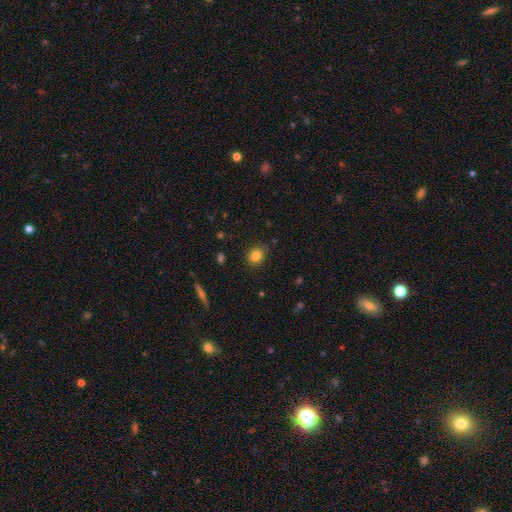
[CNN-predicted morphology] A smooth galaxy with no disk features (83%) that is round (72%).

Vote fractions:
- Smooth or featured? smooth: 83% / star or artifact: 11% / featured or disk: 6%
- How rounded? round: 72% / in between: 26% / cigar-shaped: 1%
- Merging? none: 82% / minor disturbance: 13% / major disturbance: 3% / merger: 2%